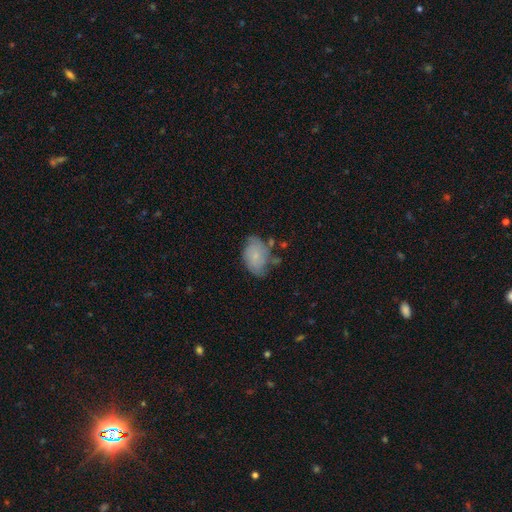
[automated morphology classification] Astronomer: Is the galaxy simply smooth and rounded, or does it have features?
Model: smooth — 65%.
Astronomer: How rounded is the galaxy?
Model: in between — 85%.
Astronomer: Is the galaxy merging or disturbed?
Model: none — 55%.